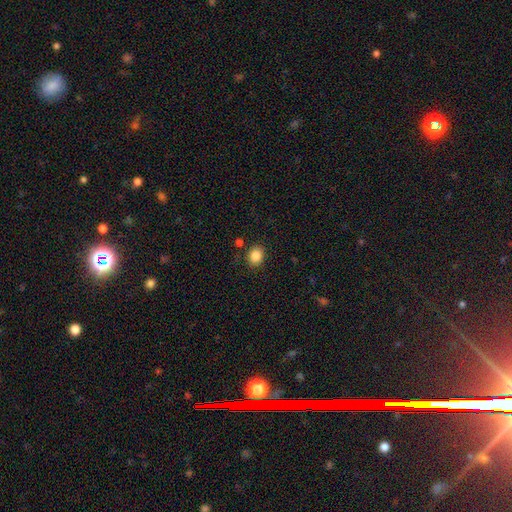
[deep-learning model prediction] This appears to be a smooth galaxy with no disk features (86%) that is round (61%). Merging: none (85%).